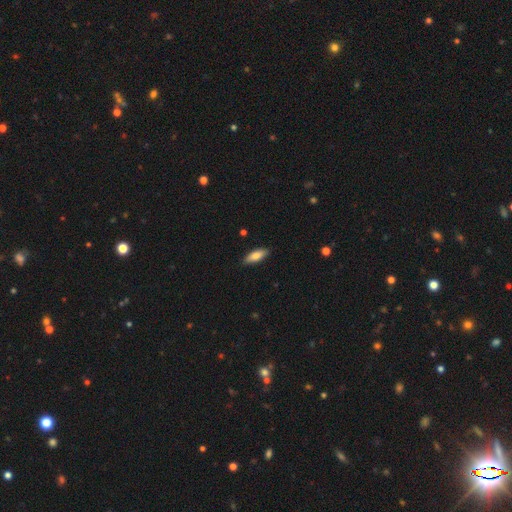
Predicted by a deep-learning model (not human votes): Smooth or featured? smooth (80%)
How rounded? in between (65%)
Merging? none (86%)